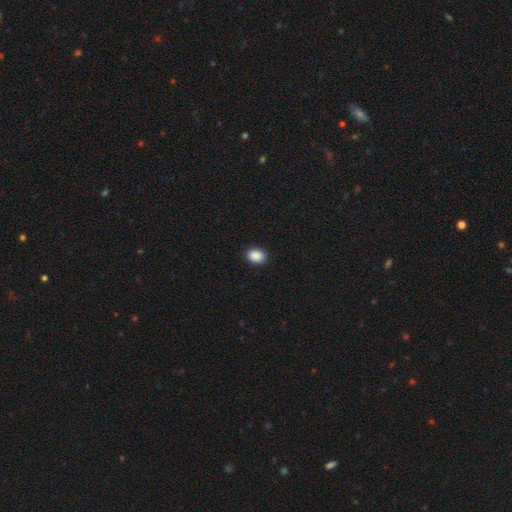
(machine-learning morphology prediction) The model was most divided on "how rounded": in between: 60%, round: 39%, cigar-shaped: 1%. More confident: smooth or featured — smooth (90%); merging — none (90%).